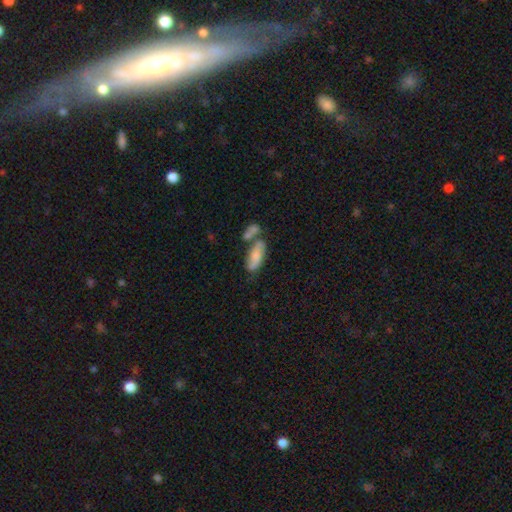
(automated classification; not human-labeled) Q: Smooth or featured?
A: smooth (65%); runner-up: featured or disk (28%)
Q: How rounded?
A: in between (79%); runner-up: cigar-shaped (18%)
Q: Merging?
A: merger (39%); runner-up: none (36%)